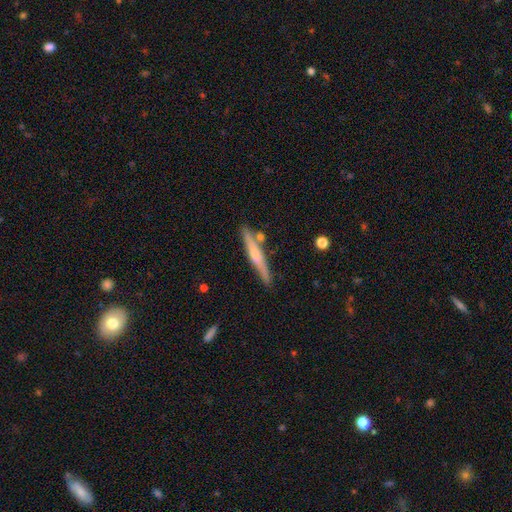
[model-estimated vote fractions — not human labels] Morphology: type=featured or disk (51%); edge-on=yes (95%); merging=none (80%).